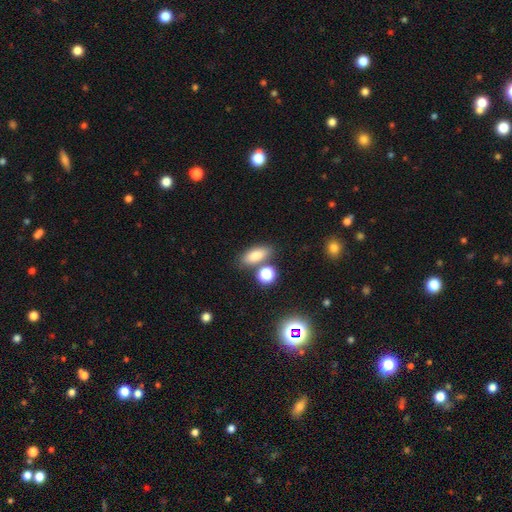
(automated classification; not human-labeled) Smooth or featured? smooth (80%)
How rounded? in between (77%)
Merging? none (72%)